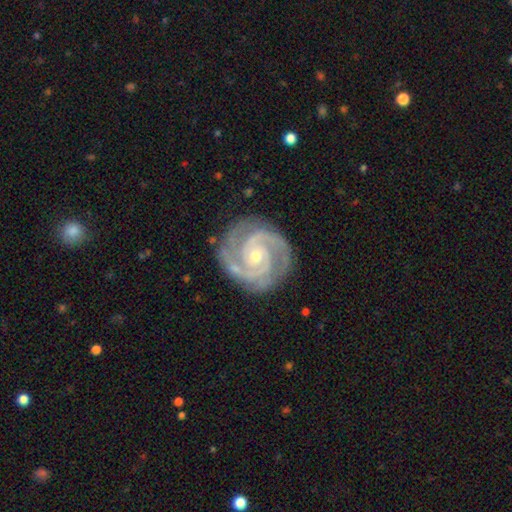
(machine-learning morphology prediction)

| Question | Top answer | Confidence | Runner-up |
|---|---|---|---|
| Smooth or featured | featured or disk | 93% | star or artifact (4%) |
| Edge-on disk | no | 98% | yes (2%) |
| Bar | no | 64% | weak (26%) |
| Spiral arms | yes | 99% | no (1%) |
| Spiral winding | tight | 69% | medium (28%) |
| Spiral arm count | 2 | 64% | 3 (25%) |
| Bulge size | small | 65% | moderate (32%) |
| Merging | none | 83% | minor disturbance (12%) |